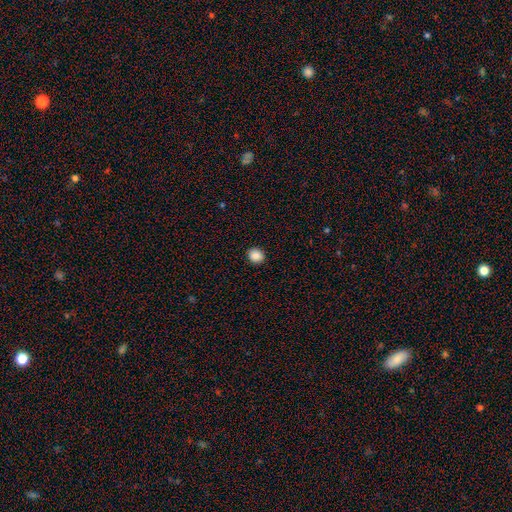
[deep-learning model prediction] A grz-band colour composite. It shows a smooth galaxy with no disk features (88%) that is round (74%). Merging: none (92%).